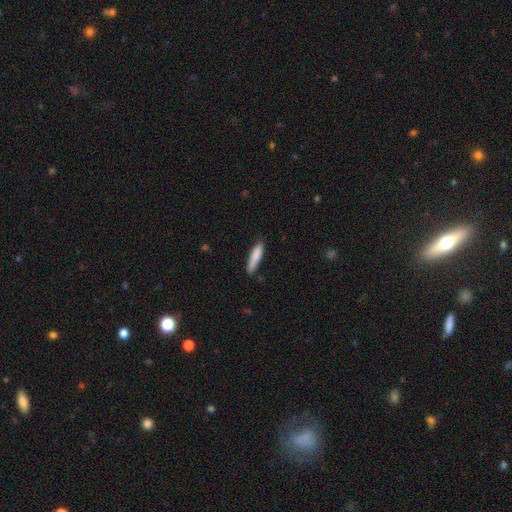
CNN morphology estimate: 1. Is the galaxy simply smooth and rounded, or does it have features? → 84% smooth, 10% featured or disk, 6% star or artifact.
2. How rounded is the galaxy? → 78% cigar-shaped, 21% in between, 1% round.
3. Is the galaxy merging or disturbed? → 74% none, 21% minor disturbance, 3% major disturbance, 2% merger.